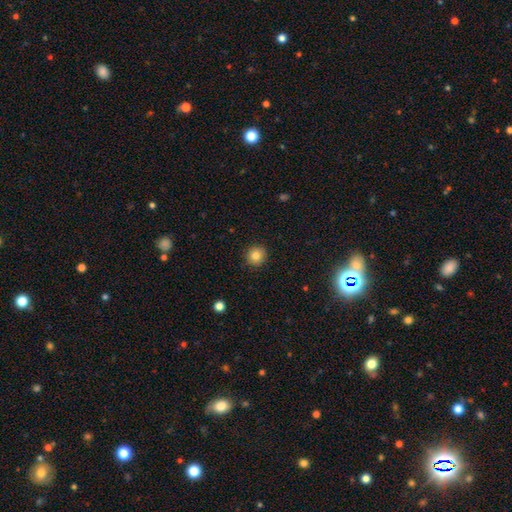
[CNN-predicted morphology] Smooth or featured? smooth (82%)
How rounded? round (91%)
Merging? none (90%)